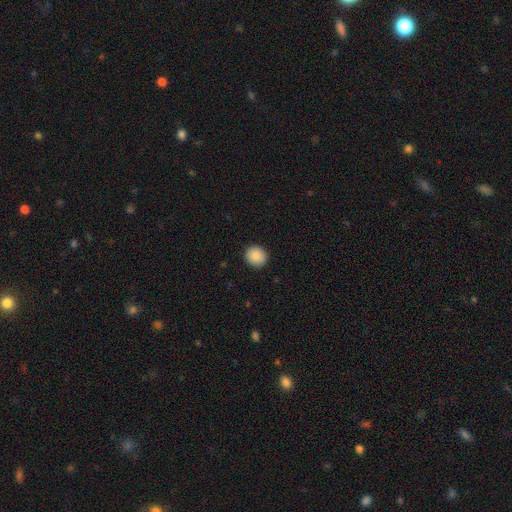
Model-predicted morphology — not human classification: A smooth galaxy with no disk features (89%) that is round (86%).

Vote fractions:
- Smooth or featured? smooth: 89% / star or artifact: 8% / featured or disk: 3%
- How rounded? round: 86% / in between: 13% / cigar-shaped: 1%
- Merging? none: 92% / minor disturbance: 5% / major disturbance: 2% / merger: 1%